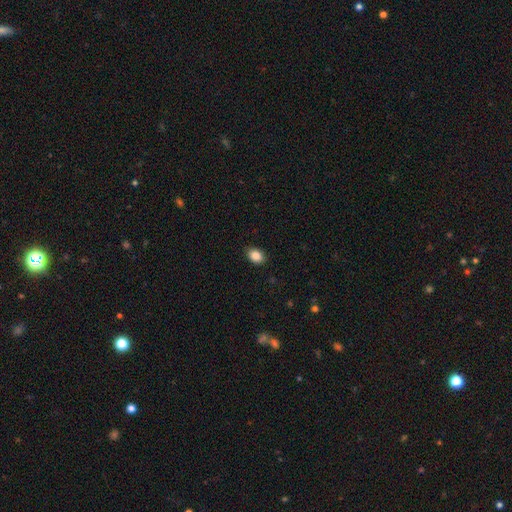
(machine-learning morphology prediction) A smooth galaxy with no disk features (86%) that is in between round and cigar-shaped (72%). Merging: none (90%).